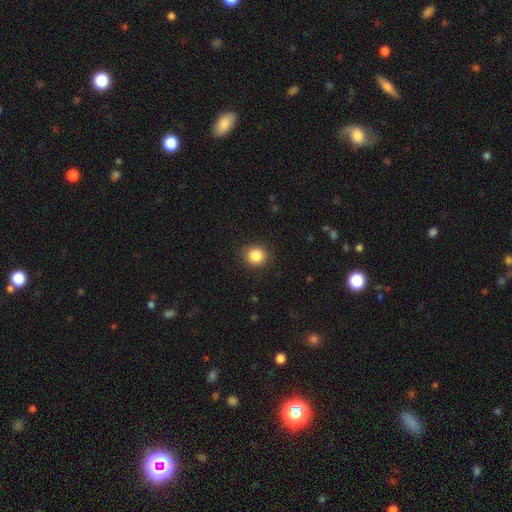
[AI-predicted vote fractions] Q: Smooth or featured?
A: smooth (86%); runner-up: star or artifact (10%)
Q: How rounded?
A: round (86%); runner-up: in between (13%)
Q: Merging?
A: none (90%); runner-up: minor disturbance (7%)